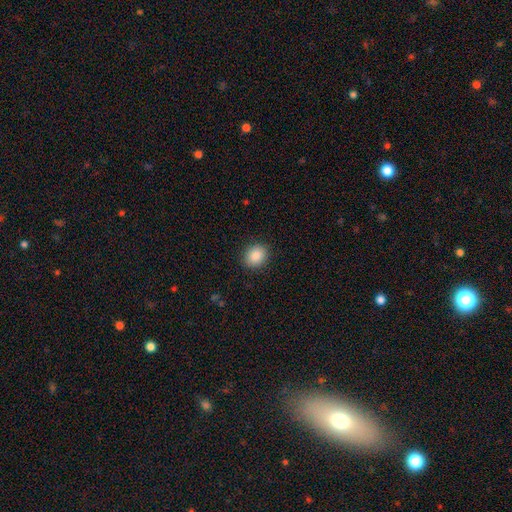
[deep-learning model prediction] Morphology: type=smooth (88%); roundness=round (56%); merging=none (90%).